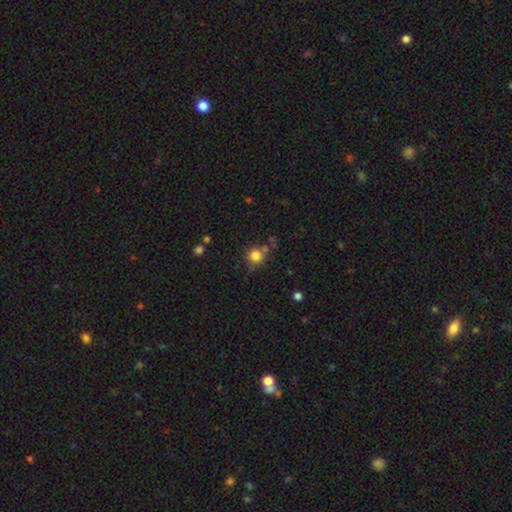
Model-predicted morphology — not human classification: Smooth or featured: smooth — 81% (star or artifact — 12%)
How rounded: round — 89% (in between — 10%)
Merging: none — 65% (minor disturbance — 17%)